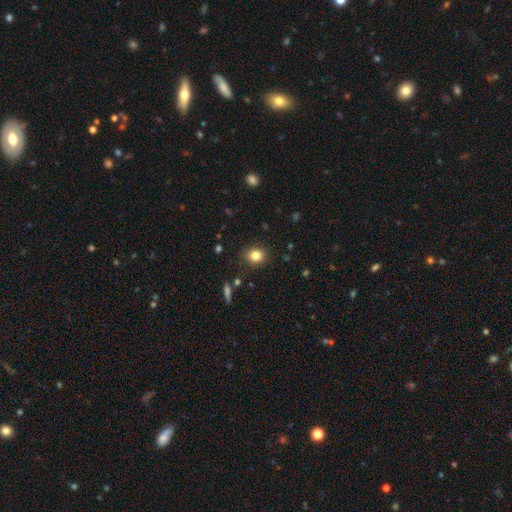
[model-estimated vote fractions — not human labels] This is clearly a smooth galaxy (82%). How rounded: likely round (72%). Merging: clearly none (88%).